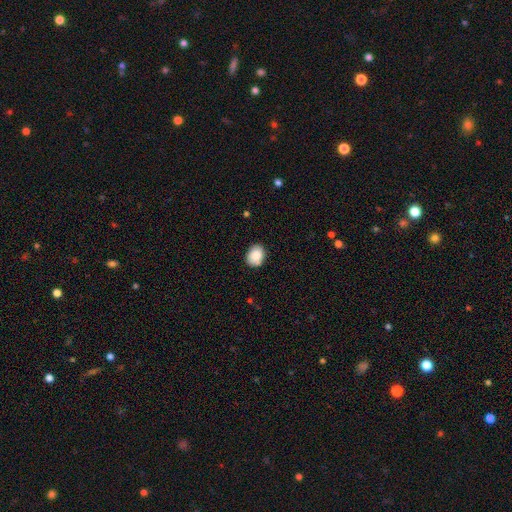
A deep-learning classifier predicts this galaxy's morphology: A smooth galaxy with no disk features (88%) that is in between round and cigar-shaped (62%). Merging: none (79%).